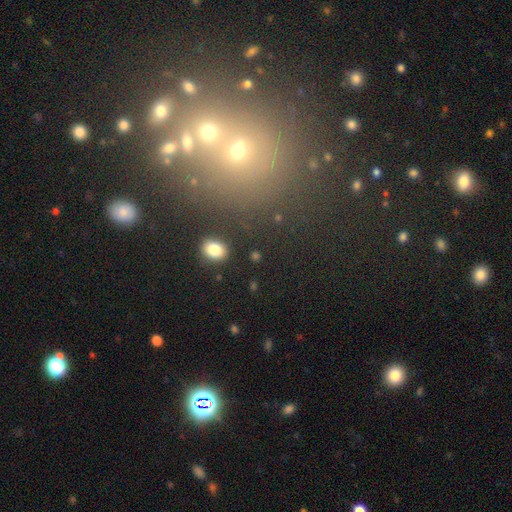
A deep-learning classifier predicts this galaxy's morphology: This is likely a smooth galaxy (70%). How rounded: possibly in between (59%). Merging: clearly none (86%).